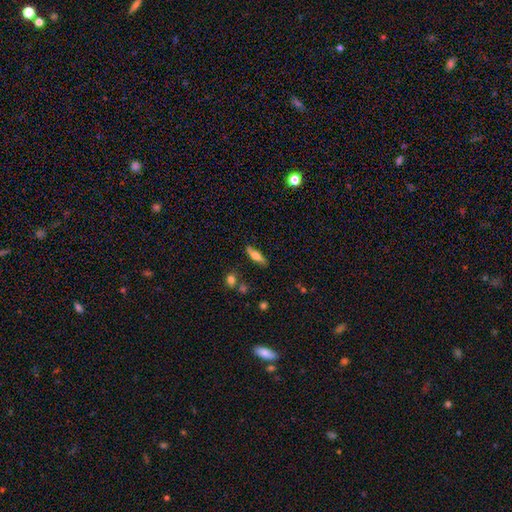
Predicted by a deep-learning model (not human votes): Smooth or featured?
  - smooth: 59% *
  - featured or disk: 34%
  - star or artifact: 7%
How rounded?
  - cigar-shaped: 54% *
  - in between: 43%
  - round: 3%
Merging?
  - none: 79% *
  - minor disturbance: 14%
  - major disturbance: 3%
  - merger: 3%